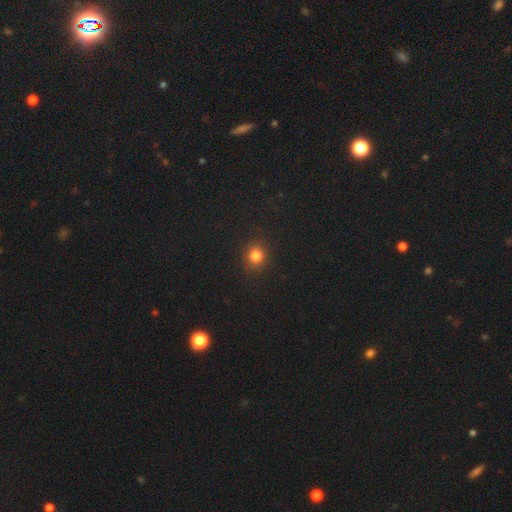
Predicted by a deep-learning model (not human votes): smooth_or_featured: smooth (p=0.82) [alt: star or artifact p=0.14]
how_rounded: round (p=0.85) [alt: in between p=0.14]
merging: none (p=0.90) [alt: minor disturbance p=0.07]